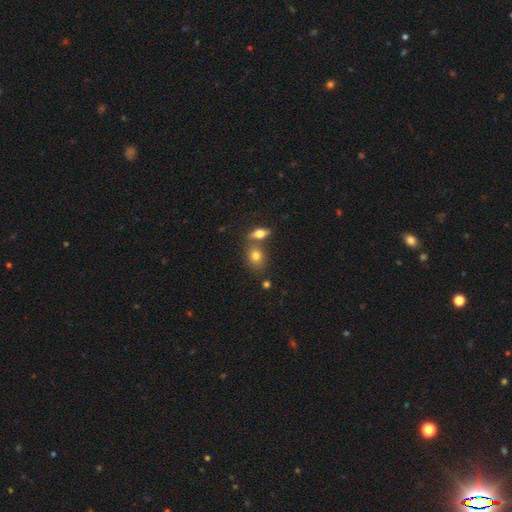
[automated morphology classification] This appears to be a smooth galaxy with no disk features (78%) that is in between round and cigar-shaped (56%). Merging: none (54%).